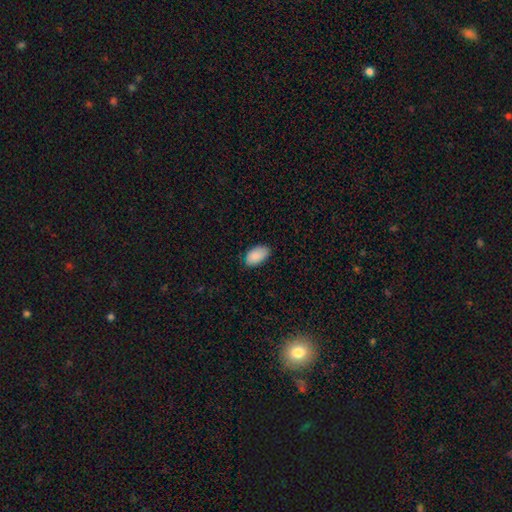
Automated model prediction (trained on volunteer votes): smooth 89%, star or artifact 7%, featured or disk 5%. Down the decision tree: how rounded — in between (95%); merging — none (78%).